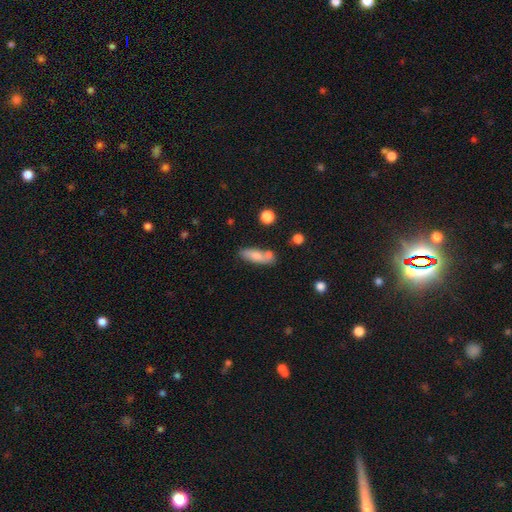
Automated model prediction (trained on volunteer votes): Smooth or featured: smooth — 75% (featured or disk — 18%)
How rounded: in between — 61% (cigar-shaped — 35%)
Merging: none — 59% (merger — 21%)